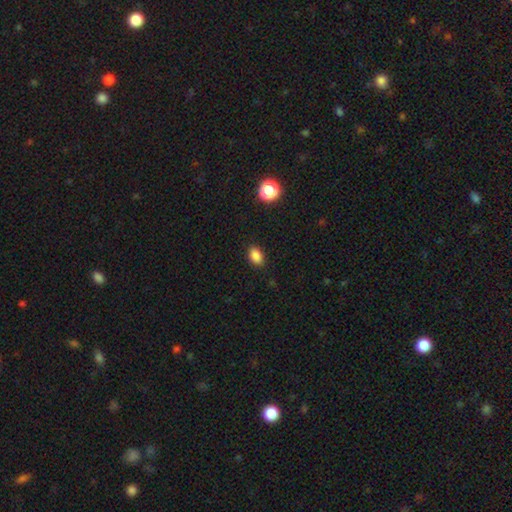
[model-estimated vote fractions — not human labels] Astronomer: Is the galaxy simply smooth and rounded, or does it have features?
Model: smooth — 86%.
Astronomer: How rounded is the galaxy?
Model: in between — 81%.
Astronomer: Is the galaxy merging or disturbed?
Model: none — 89%.